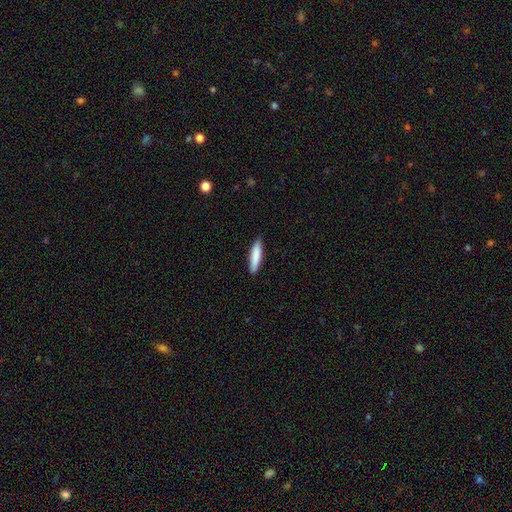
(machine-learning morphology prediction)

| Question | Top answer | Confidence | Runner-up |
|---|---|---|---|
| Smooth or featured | smooth | 85% | featured or disk (9%) |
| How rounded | cigar-shaped | 80% | in between (19%) |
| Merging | none | 88% | minor disturbance (9%) |